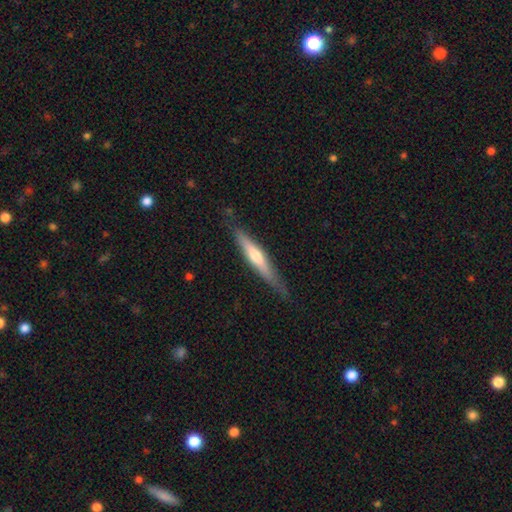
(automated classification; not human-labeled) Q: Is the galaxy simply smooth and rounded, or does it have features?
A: featured or disk — 51%.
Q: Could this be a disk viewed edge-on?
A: yes — 93%.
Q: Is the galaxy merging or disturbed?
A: none — 79%.